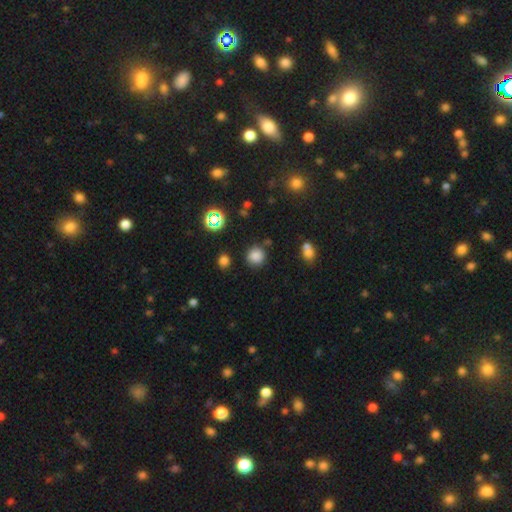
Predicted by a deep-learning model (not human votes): This is likely a smooth galaxy (80%). How rounded: clearly round (91%). Merging: clearly none (83%).